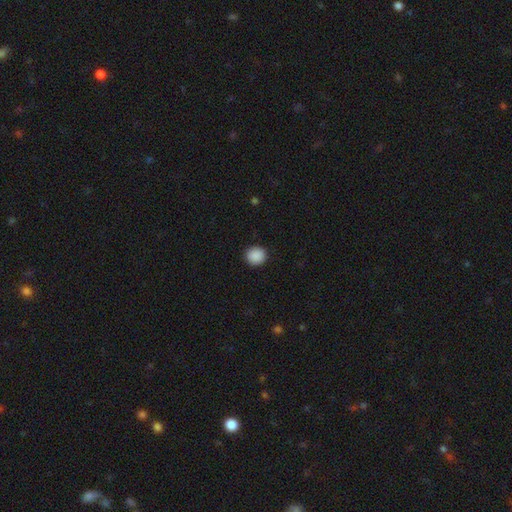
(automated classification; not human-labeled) Smooth or featured? smooth (90%)
How rounded? round (92%)
Merging? none (92%)